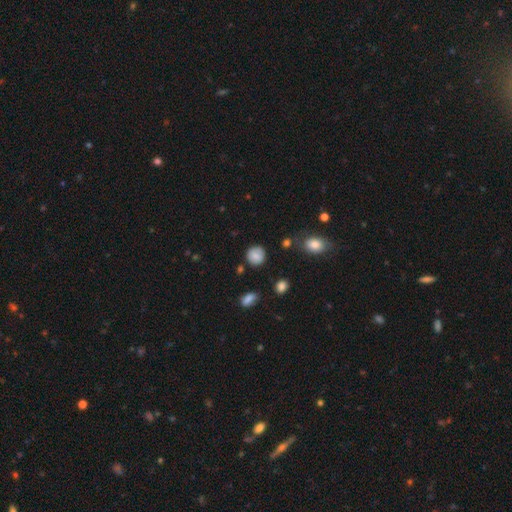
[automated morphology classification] The model was most divided on "merging": none: 81%, minor disturbance: 13%, major disturbance: 4%, merger: 3%. More confident: how rounded — round (88%); smooth or featured — smooth (80%).